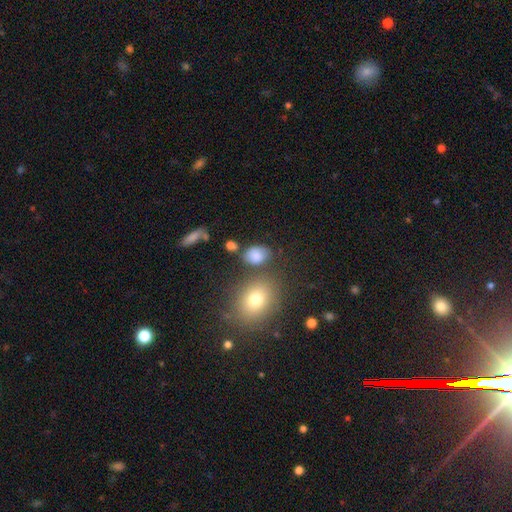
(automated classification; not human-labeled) A smooth galaxy with no disk features (81%) that is in between round and cigar-shaped (73%).

Vote fractions:
- Smooth or featured? smooth: 81% / star or artifact: 12% / featured or disk: 8%
- How rounded? in between: 73% / round: 26% / cigar-shaped: 2%
- Merging? none: 67% / minor disturbance: 17% / merger: 9% / major disturbance: 6%